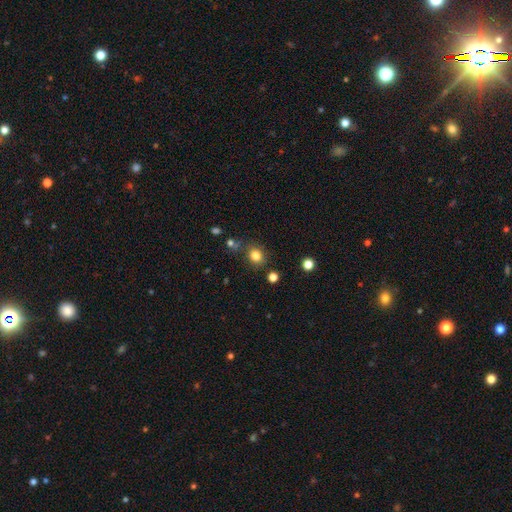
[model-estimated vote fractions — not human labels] smooth_or_featured: smooth (p=0.81) [alt: star or artifact p=0.13]
how_rounded: round (p=0.74) [alt: in between p=0.25]
merging: none (p=0.78) [alt: minor disturbance p=0.12]